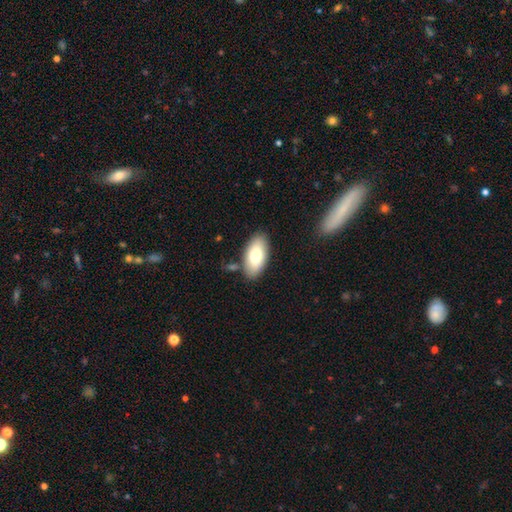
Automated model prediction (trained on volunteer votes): smooth-or-featured: smooth: 72% | featured or disk: 21% | star or artifact: 7%
  how-rounded: in between: 93% | cigar-shaped: 4% | round: 3%
  merging: none: 82% | minor disturbance: 11% | merger: 4% | major disturbance: 3%